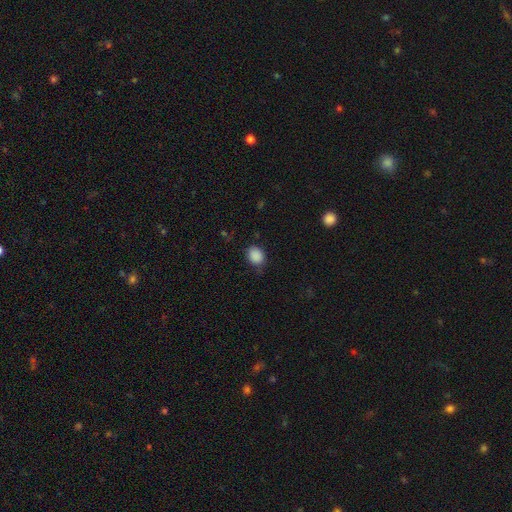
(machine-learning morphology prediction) smooth_or_featured: smooth (p=0.88) [alt: star or artifact p=0.09]
how_rounded: round (p=0.58) [alt: in between p=0.41]
merging: none (p=0.75) [alt: minor disturbance p=0.19]